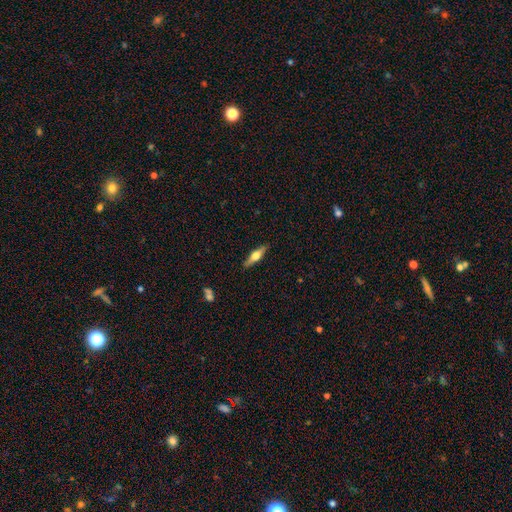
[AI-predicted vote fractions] This is possibly a featured or disk galaxy (53%). It is clearly viewed edge-on (94%). Merging: clearly none (89%).